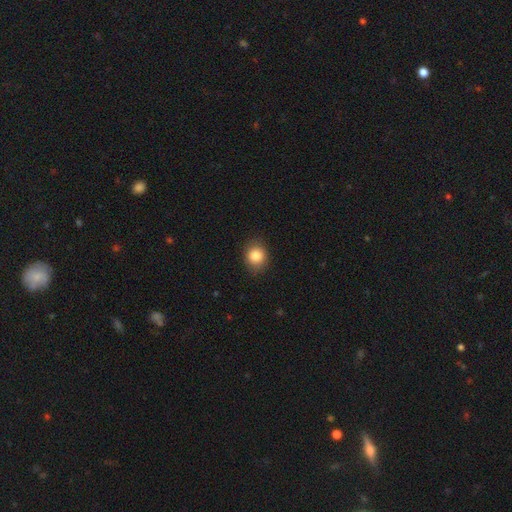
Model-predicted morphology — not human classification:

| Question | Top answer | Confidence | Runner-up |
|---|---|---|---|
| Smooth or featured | smooth | 85% | star or artifact (10%) |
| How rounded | round | 71% | in between (28%) |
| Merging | none | 86% | minor disturbance (11%) |